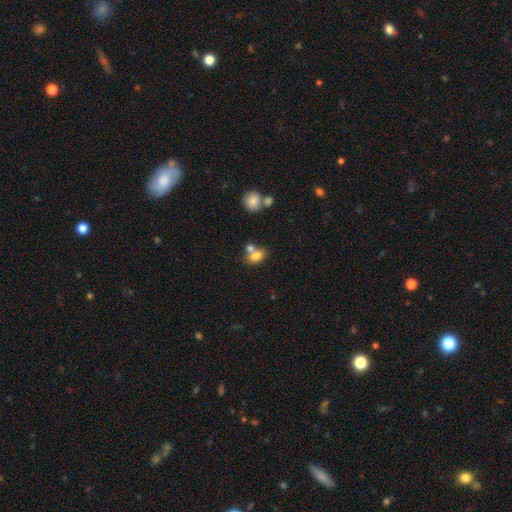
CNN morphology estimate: smooth-or-featured: smooth: 78% | featured or disk: 12% | star or artifact: 10%
  how-rounded: in between: 80% | round: 17% | cigar-shaped: 3%
  merging: merger: 43% | none: 41% | minor disturbance: 11% | major disturbance: 4%